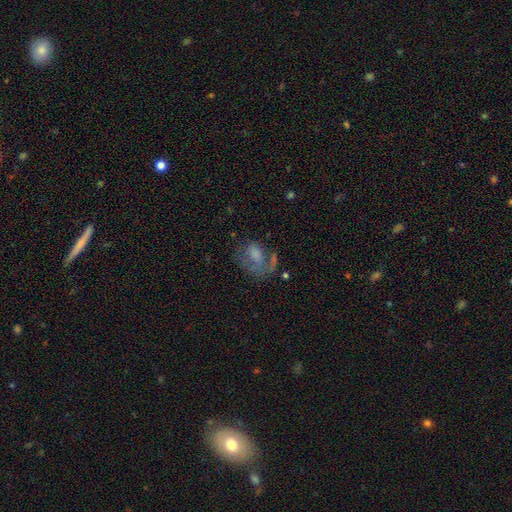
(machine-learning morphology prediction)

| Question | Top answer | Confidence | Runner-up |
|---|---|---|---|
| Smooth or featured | smooth | 49% | featured or disk (39%) |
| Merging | major disturbance | 38% | none (34%) |